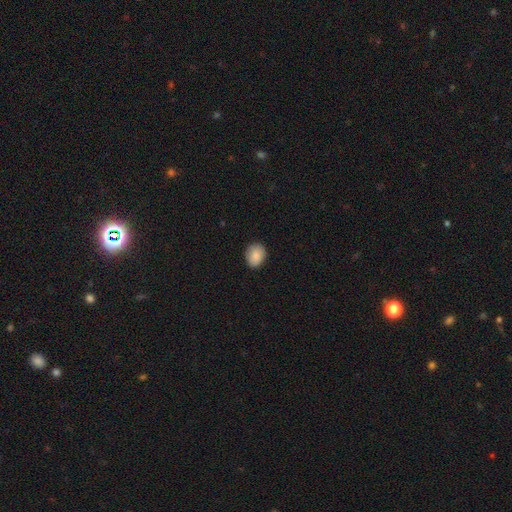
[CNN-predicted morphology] Smooth or featured? smooth (87%)
How rounded? round (51%)
Merging? none (84%)